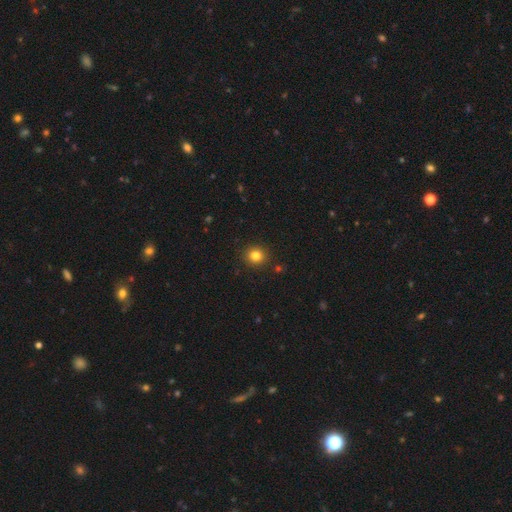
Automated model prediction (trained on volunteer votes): smooth_or_featured: smooth (p=0.82) [alt: star or artifact p=0.12]
how_rounded: round (p=0.89) [alt: in between p=0.10]
merging: none (p=0.91) [alt: minor disturbance p=0.05]